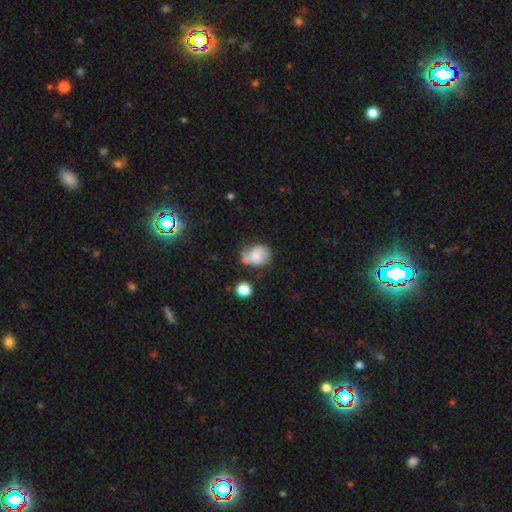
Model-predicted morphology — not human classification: This is possibly a smooth galaxy (51%). How rounded: possibly round (53%). Merging: marginally none (42%).